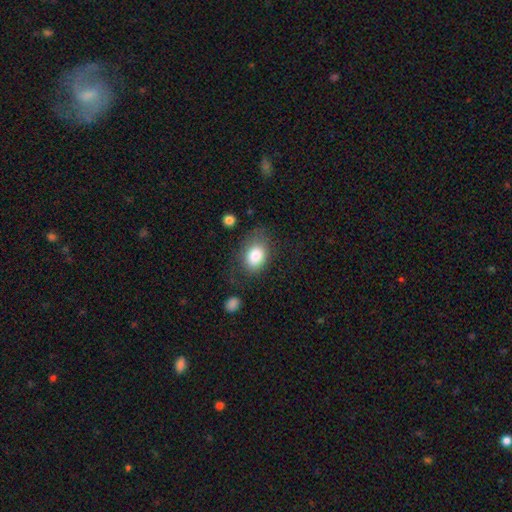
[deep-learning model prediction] Morphology: type=smooth (83%); roundness=in between (75%); merging=none (63%).